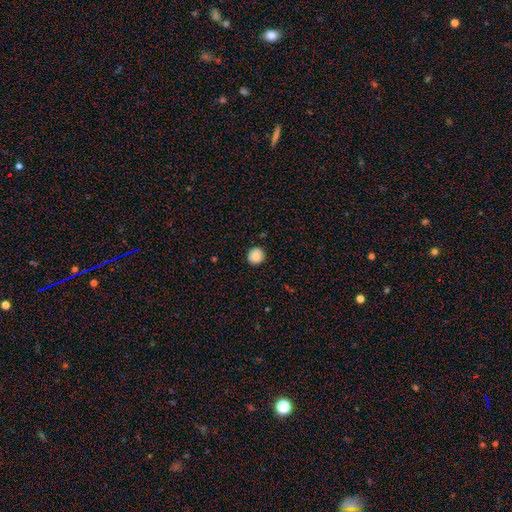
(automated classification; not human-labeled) smooth-or-featured: smooth: 87% | star or artifact: 8% | featured or disk: 5%
  how-rounded: round: 93% | in between: 6% | cigar-shaped: 1%
  merging: none: 91% | minor disturbance: 7% | major disturbance: 2% | merger: 1%